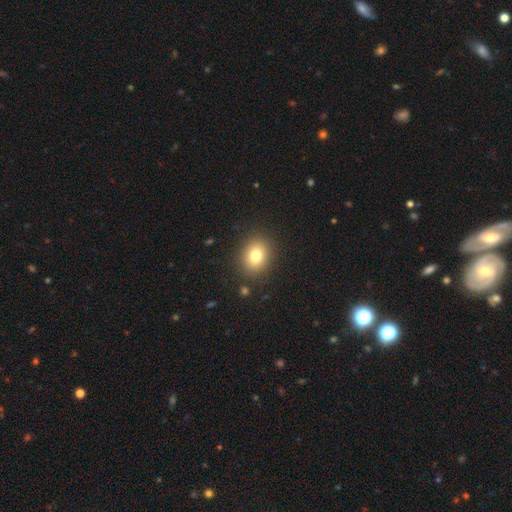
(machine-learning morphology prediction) Overall: smooth (78%). How rounded: round (61%; in between 38%). Merging: none (88%).